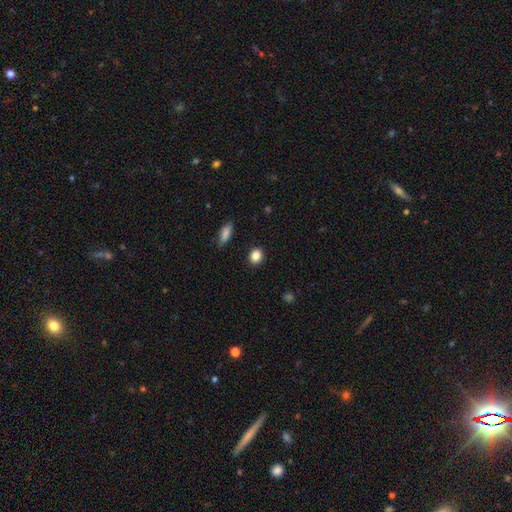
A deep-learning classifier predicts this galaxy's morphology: smooth 86%, star or artifact 10%, featured or disk 5%. Down the decision tree: how rounded — round (65%); merging — none (90%).